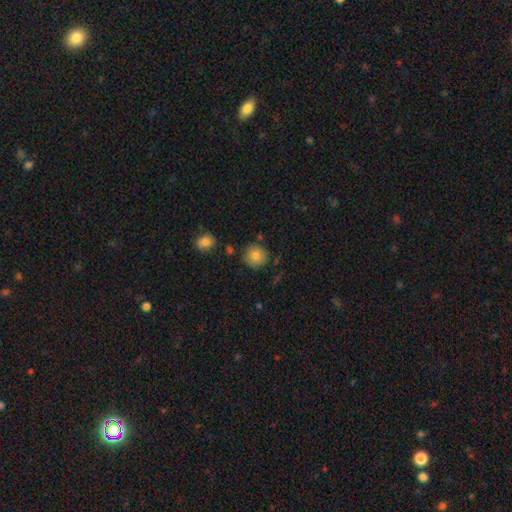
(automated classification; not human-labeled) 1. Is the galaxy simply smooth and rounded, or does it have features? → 83% smooth, 10% star or artifact, 7% featured or disk.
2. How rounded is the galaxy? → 92% round, 7% in between, 1% cigar-shaped.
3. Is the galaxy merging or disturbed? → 82% none, 11% minor disturbance, 4% merger, 3% major disturbance.